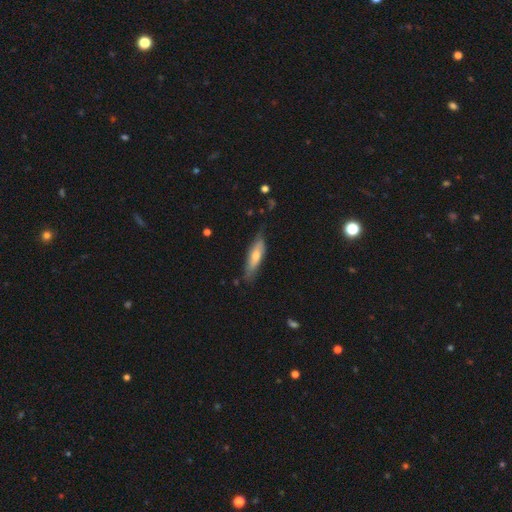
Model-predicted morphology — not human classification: Q: Smooth or featured?
A: smooth (55%); runner-up: featured or disk (39%)
Q: How rounded?
A: cigar-shaped (65%); runner-up: in between (33%)
Q: Merging?
A: none (71%); runner-up: minor disturbance (23%)